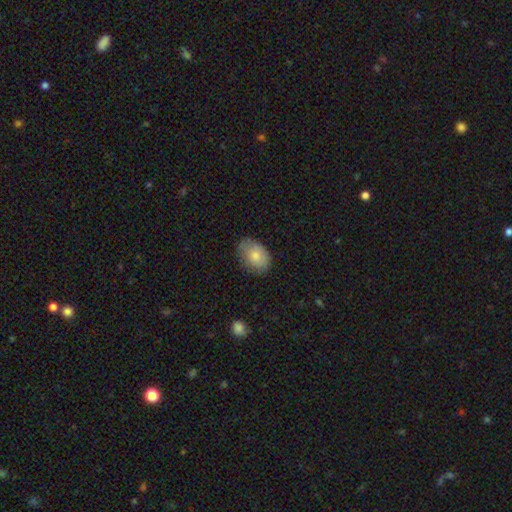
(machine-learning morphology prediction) Smooth or featured? Predicted: smooth (p=0.80). How rounded? Predicted: in between (p=0.78). Merging? Predicted: none (p=0.71).